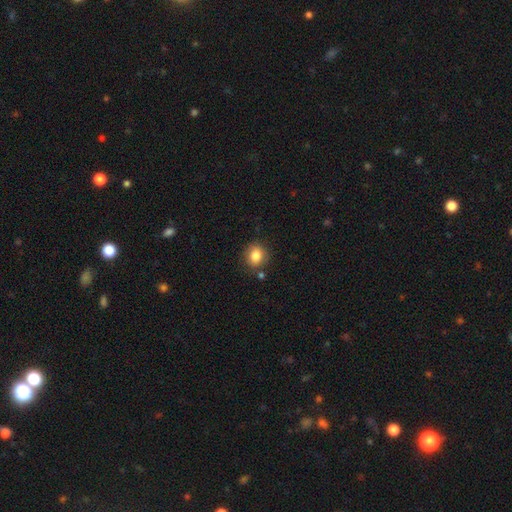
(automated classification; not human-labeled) Smooth or featured?
  - smooth: 83% *
  - star or artifact: 10%
  - featured or disk: 7%
How rounded?
  - round: 76% *
  - in between: 23%
  - cigar-shaped: 1%
Merging?
  - none: 81% *
  - minor disturbance: 12%
  - merger: 5%
  - major disturbance: 3%